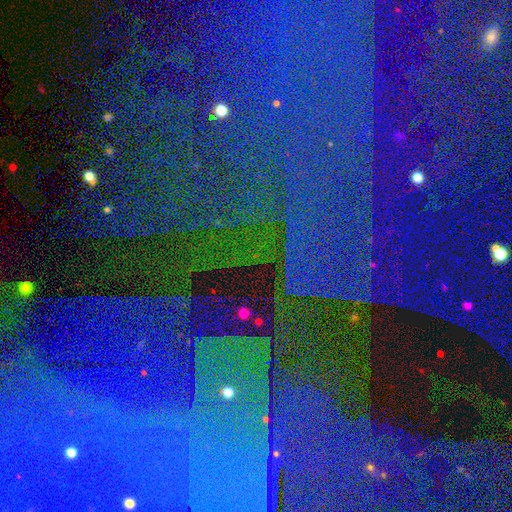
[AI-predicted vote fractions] A star or artifact, not a galaxy (84%).

Vote fractions:
- Smooth or featured? star or artifact: 84% / smooth: 8% / featured or disk: 8%